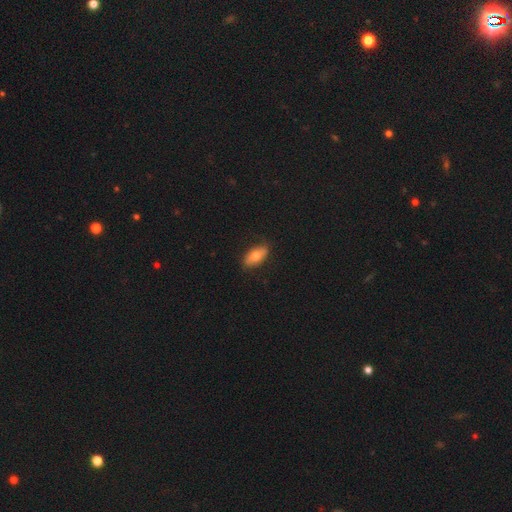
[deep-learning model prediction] smooth 65%, featured or disk 29%, star or artifact 6%. Down the decision tree: how rounded — in between (88%); merging — none (82%).